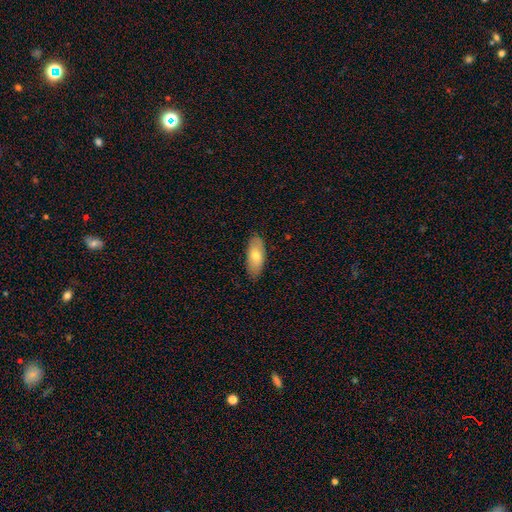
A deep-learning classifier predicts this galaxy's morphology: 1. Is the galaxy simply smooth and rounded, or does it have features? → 71% smooth, 23% featured or disk, 6% star or artifact.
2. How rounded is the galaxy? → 85% in between, 13% cigar-shaped, 2% round.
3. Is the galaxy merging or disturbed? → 85% none, 12% minor disturbance, 2% major disturbance, 1% merger.